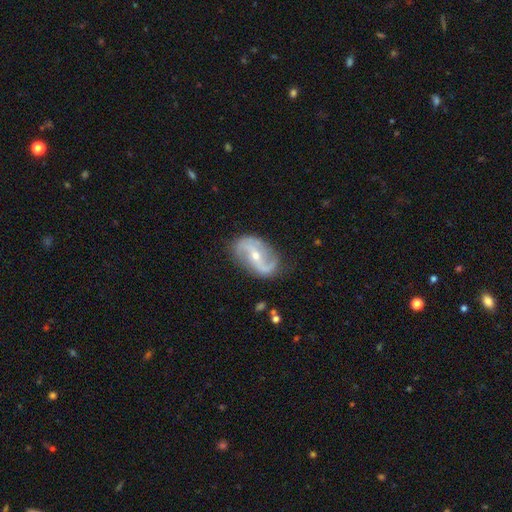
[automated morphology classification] smooth_or_featured: featured or disk (p=0.87) [alt: smooth p=0.08]
disk_edge_on: no (p=0.96) [alt: yes p=0.04]
bar: strong (p=0.36) [alt: weak p=0.33]
has_spiral_arms: yes (p=0.94) [alt: no p=0.06]
spiral_winding: loose (p=0.62) [alt: medium p=0.28]
spiral_arm_count: 2 (p=0.91) [alt: can't tell p=0.03]
bulge_size: small (p=0.57) [alt: moderate p=0.41]
merging: none (p=0.77) [alt: minor disturbance p=0.16]